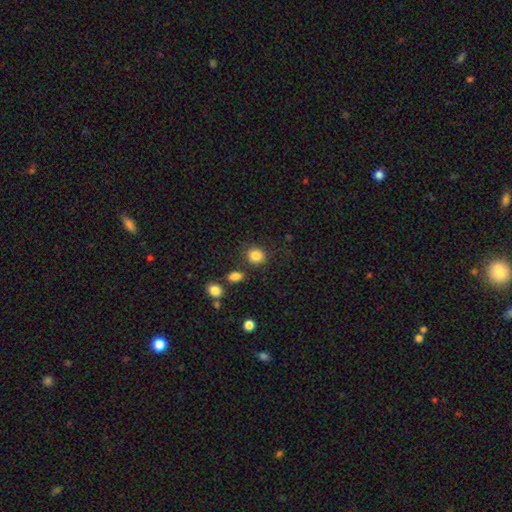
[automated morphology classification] This appears to be a smooth galaxy with no disk features (86%) that is round (76%). Merging: none (79%).